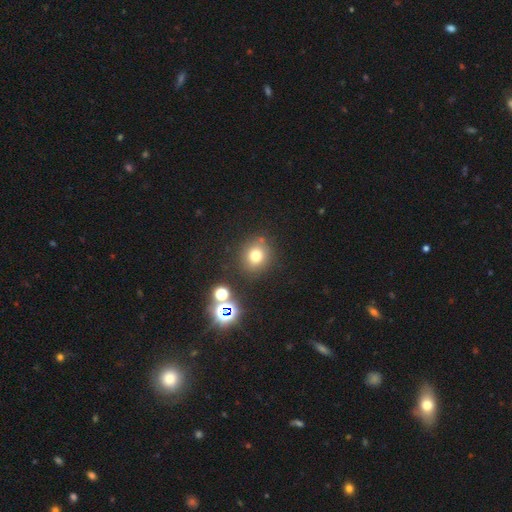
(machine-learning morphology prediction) Smooth or featured? Predicted: smooth (p=0.72). How rounded? Predicted: round (p=0.84). Merging? Predicted: none (p=0.82).